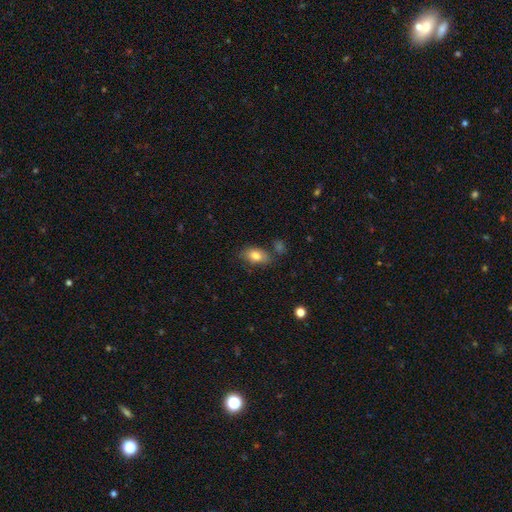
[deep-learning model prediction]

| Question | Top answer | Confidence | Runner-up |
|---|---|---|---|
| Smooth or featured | smooth | 80% | featured or disk (12%) |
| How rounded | in between | 88% | round (9%) |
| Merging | none | 71% | minor disturbance (18%) |